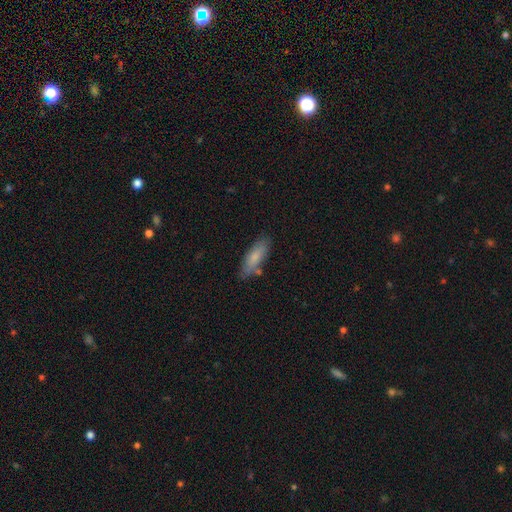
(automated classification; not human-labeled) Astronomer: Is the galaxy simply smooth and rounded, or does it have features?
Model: smooth — 73%.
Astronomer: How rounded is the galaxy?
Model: cigar-shaped — 50% (runner-up: in between, 48%).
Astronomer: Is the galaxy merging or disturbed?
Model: none — 79%.